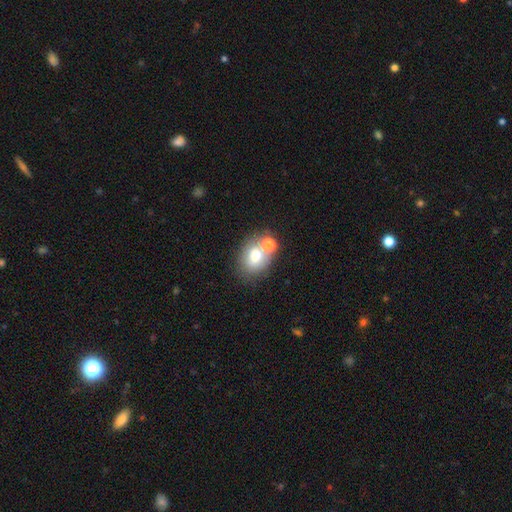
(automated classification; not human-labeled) smooth-or-featured: smooth: 73% | featured or disk: 16% | star or artifact: 11%
  how-rounded: in between: 65% | round: 34% | cigar-shaped: 1%
  merging: none: 50% | merger: 30% | minor disturbance: 14% | major disturbance: 6%